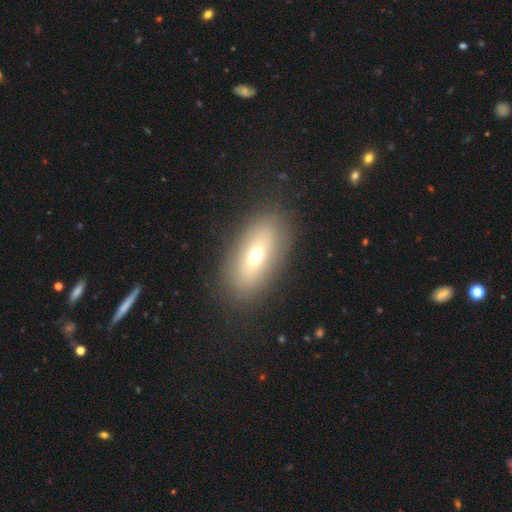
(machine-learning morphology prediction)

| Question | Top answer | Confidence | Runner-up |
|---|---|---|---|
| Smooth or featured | smooth | 61% | featured or disk (28%) |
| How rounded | in between | 83% | cigar-shaped (10%) |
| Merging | none | 85% | minor disturbance (9%) |